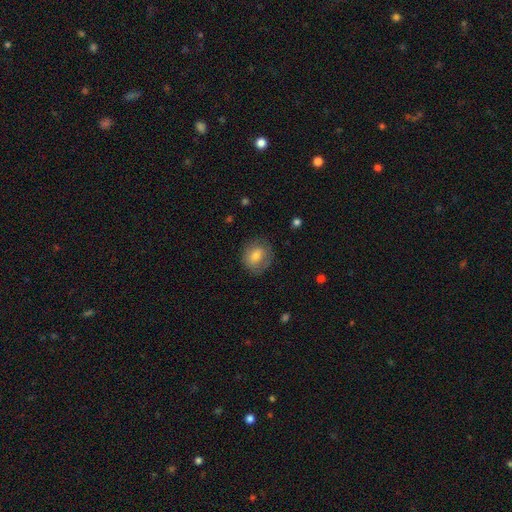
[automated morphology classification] Overall: smooth (73%). How rounded: round (67%; in between 32%). Merging: none (78%).